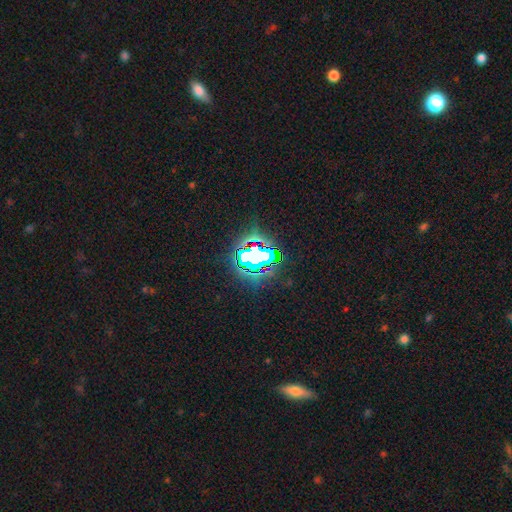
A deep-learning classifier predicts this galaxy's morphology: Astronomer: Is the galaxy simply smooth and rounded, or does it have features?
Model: star or artifact — 68%.